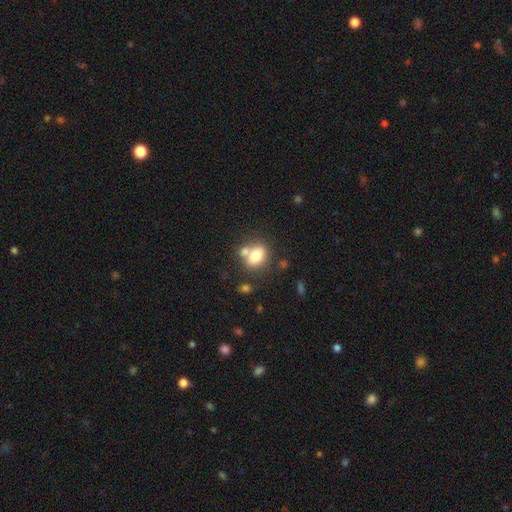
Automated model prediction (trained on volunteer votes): smooth 77%, featured or disk 14%, star or artifact 10%. Down the decision tree: how rounded — in between (67%); merging — none (51%).